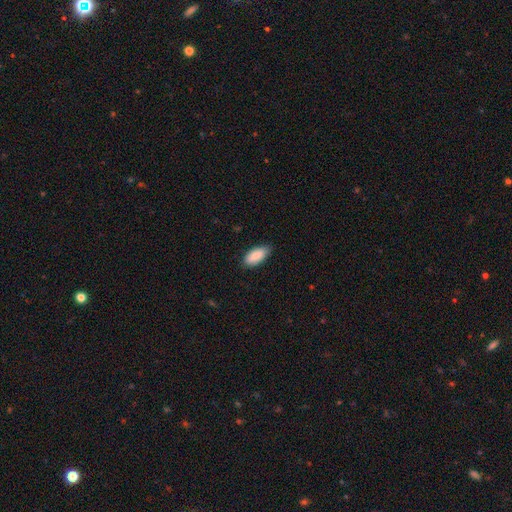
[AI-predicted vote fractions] Morphology: type=smooth (87%); roundness=in between (89%); merging=none (82%).